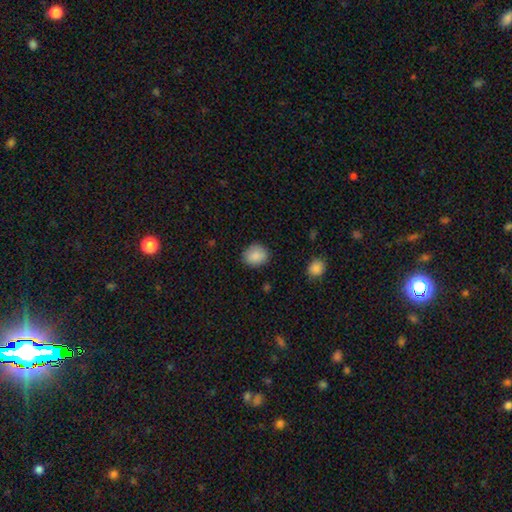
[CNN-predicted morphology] A smooth galaxy with no disk features (88%) that is round (64%). Merging: none (84%).